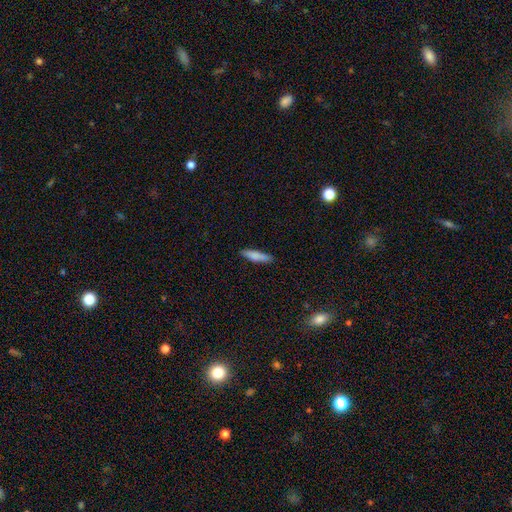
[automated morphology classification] A smooth galaxy with no disk features (80%) that is cigar-shaped (78%).

Vote fractions:
- Smooth or featured? smooth: 80% / featured or disk: 13% / star or artifact: 6%
- How rounded? cigar-shaped: 78% / in between: 21% / round: 2%
- Merging? none: 86% / minor disturbance: 11% / major disturbance: 2% / merger: 1%